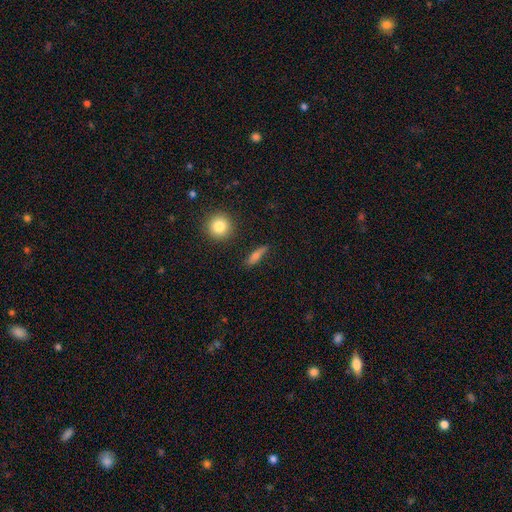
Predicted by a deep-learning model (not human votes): A smooth galaxy with no disk features (67%) that is cigar-shaped (63%).

Vote fractions:
- Smooth or featured? smooth: 67% / featured or disk: 22% / star or artifact: 11%
- How rounded? cigar-shaped: 63% / in between: 28% / round: 9%
- Merging? none: 83% / minor disturbance: 12% / major disturbance: 3% / merger: 2%